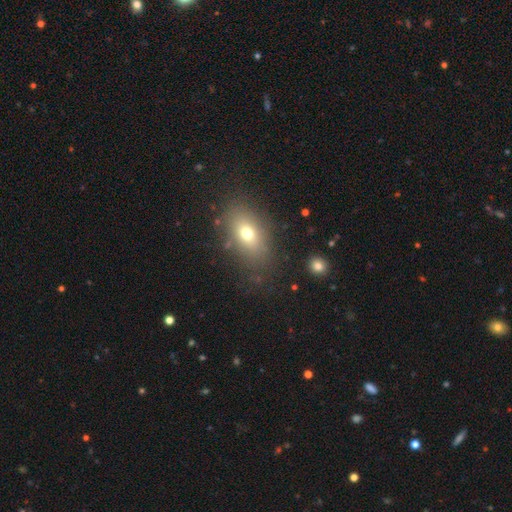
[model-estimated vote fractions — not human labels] Smooth or featured: smooth — 62% (star or artifact — 21%)
How rounded: in between — 80% (round — 17%)
Merging: none — 80% (minor disturbance — 13%)